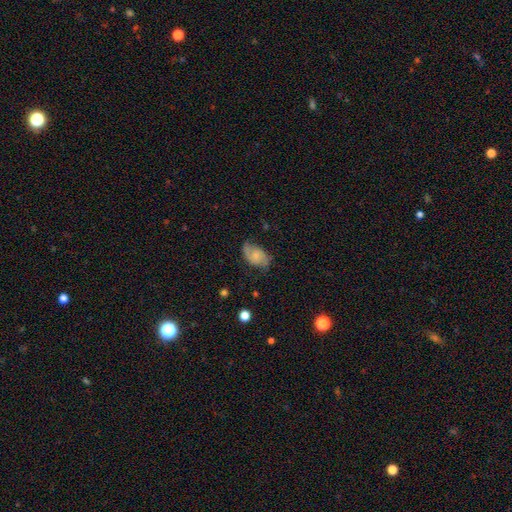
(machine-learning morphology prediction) Smooth or featured: featured or disk — 57% (smooth — 35%)
Edge-on disk: no — 96% (yes — 4%)
Bar: no — 60% (weak — 33%)
Spiral arms: yes — 88% (no — 12%)
Bulge size: small — 53% (moderate — 30%)
Merging: none — 68% (minor disturbance — 23%)